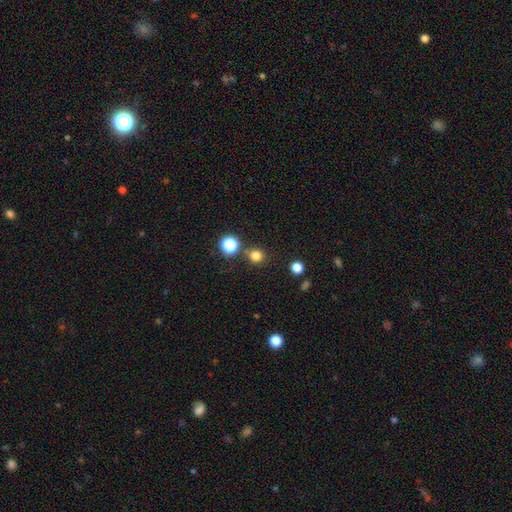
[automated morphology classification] Q: Smooth or featured?
A: smooth (79%); runner-up: star or artifact (17%)
Q: How rounded?
A: round (90%); runner-up: in between (9%)
Q: Merging?
A: none (82%); runner-up: minor disturbance (8%)